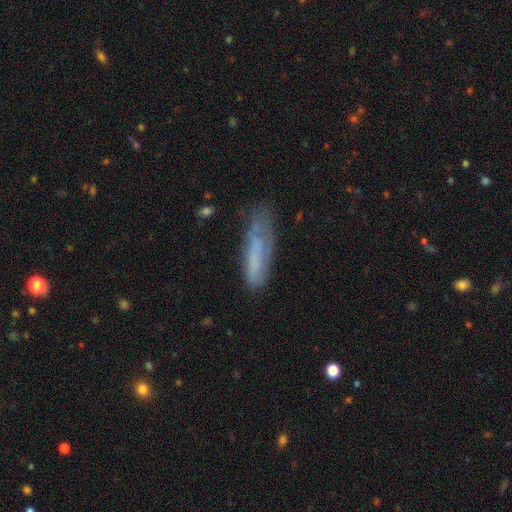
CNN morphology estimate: A smooth galaxy with no disk features (60%) that is cigar-shaped (69%).

Vote fractions:
- Smooth or featured? smooth: 60% / featured or disk: 31% / star or artifact: 9%
- How rounded? cigar-shaped: 69% / in between: 29% / round: 2%
- Merging? none: 50% / minor disturbance: 30% / major disturbance: 16% / merger: 3%